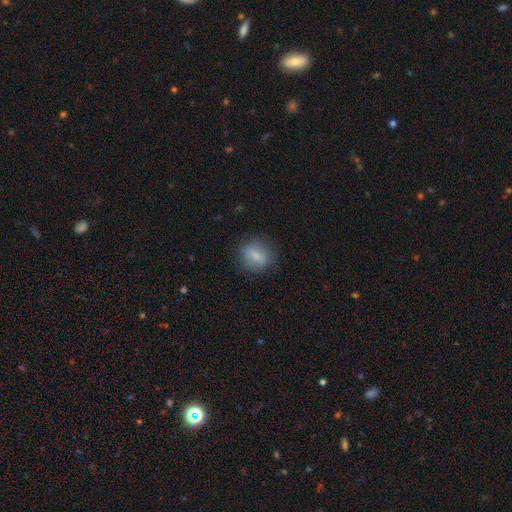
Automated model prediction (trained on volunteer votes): Overall: smooth (70%). How rounded: round (60%; in between 36%). Merging: none (80%).